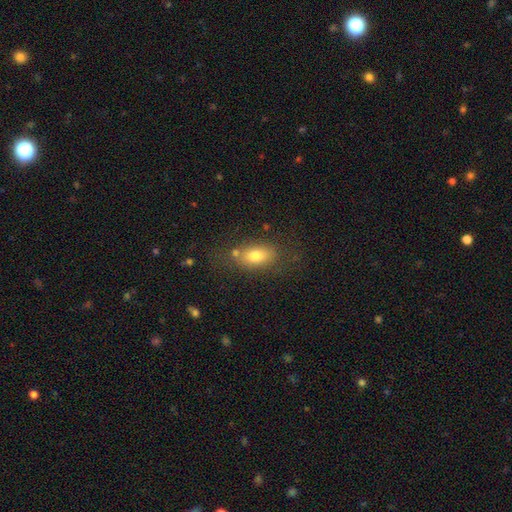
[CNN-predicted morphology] Smooth or featured: smooth — 75% (featured or disk — 15%)
How rounded: in between — 83% (round — 13%)
Merging: none — 67% (minor disturbance — 17%)